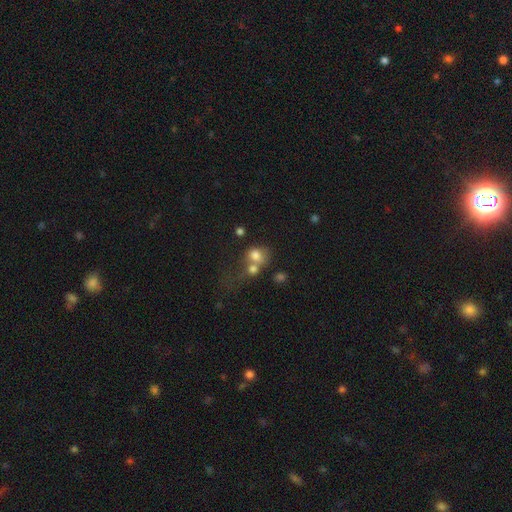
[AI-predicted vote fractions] The model was most divided on "merging": merger: 51%, none: 31%, minor disturbance: 10%, major disturbance: 8%. More confident: smooth or featured — smooth (74%); how rounded — round (70%).